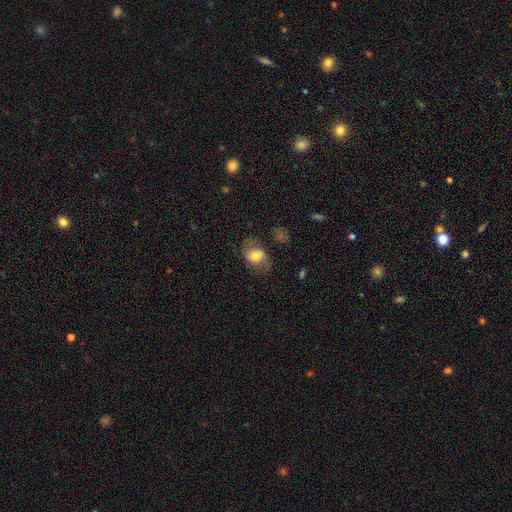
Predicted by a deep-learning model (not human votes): The model was most divided on "smooth or featured": smooth: 64%, featured or disk: 28%, star or artifact: 8%. More confident: how rounded — in between (76%); merging — none (61%).